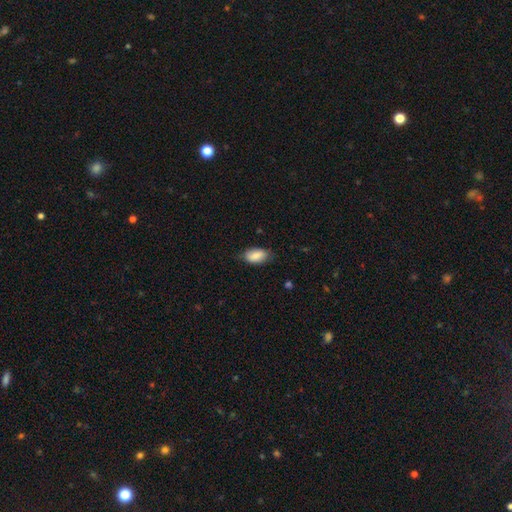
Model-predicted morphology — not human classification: type=smooth (83%); roundness=in between (93%); merging=none (72%).